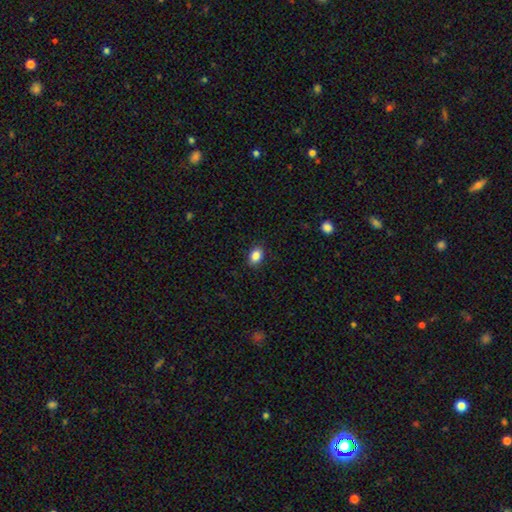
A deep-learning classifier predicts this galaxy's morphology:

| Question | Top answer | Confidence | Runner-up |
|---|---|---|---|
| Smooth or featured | smooth | 87% | star or artifact (9%) |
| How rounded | in between | 78% | round (21%) |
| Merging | none | 88% | minor disturbance (9%) |